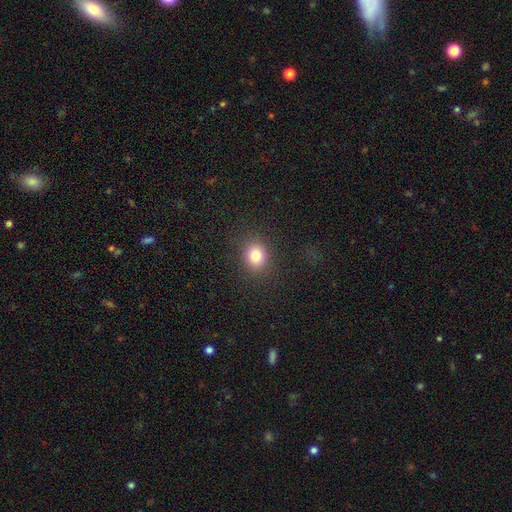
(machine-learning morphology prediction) Smooth or featured? smooth (80%)
How rounded? round (69%)
Merging? none (87%)